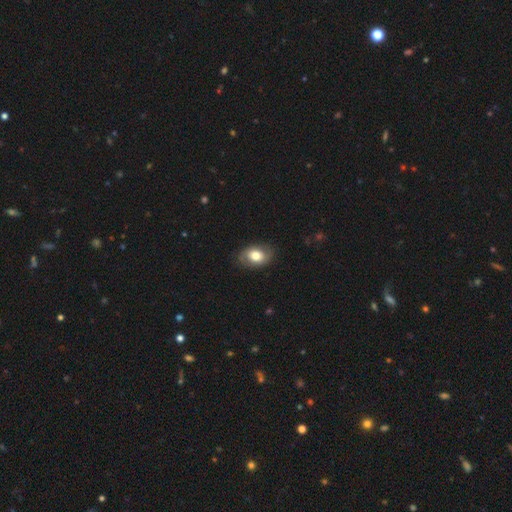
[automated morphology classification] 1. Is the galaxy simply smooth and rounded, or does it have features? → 67% smooth, 26% featured or disk, 7% star or artifact.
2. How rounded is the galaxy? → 80% in between, 19% round, 1% cigar-shaped.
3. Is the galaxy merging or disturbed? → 79% none, 16% minor disturbance, 4% major disturbance, 1% merger.